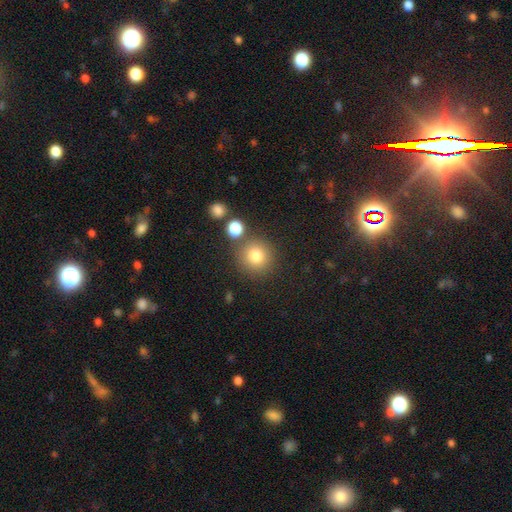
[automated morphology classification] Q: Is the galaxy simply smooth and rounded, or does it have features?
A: smooth — 80%.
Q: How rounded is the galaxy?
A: round — 93%.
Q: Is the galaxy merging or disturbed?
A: none — 79%.